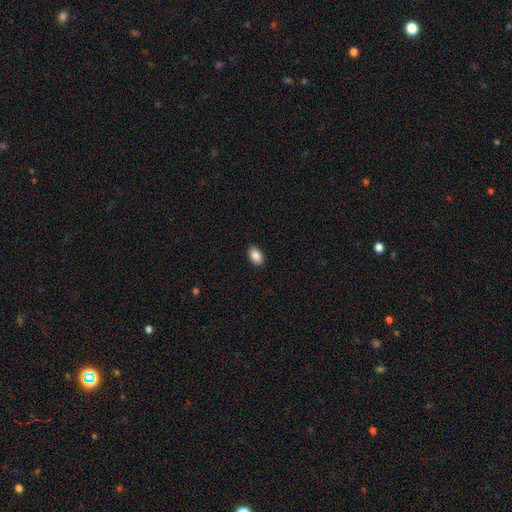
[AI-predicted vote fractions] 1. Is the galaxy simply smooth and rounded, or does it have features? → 88% smooth, 7% star or artifact, 4% featured or disk.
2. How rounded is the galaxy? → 91% in between, 7% round, 1% cigar-shaped.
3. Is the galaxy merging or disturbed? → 90% none, 8% minor disturbance, 2% major disturbance, 1% merger.